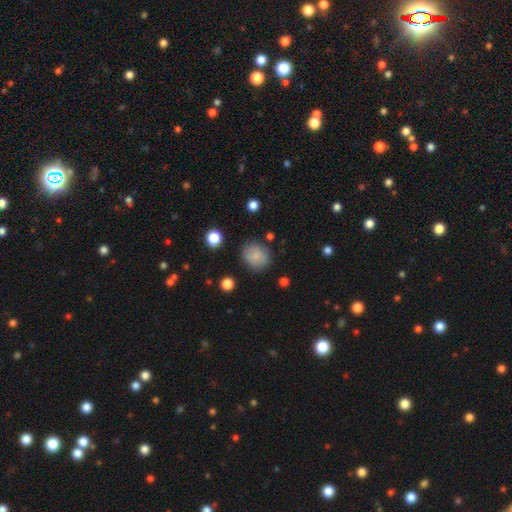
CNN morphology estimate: smooth_or_featured: smooth (p=0.79) [alt: featured or disk p=0.12]
how_rounded: round (p=0.72) [alt: in between p=0.27]
merging: none (p=0.79) [alt: minor disturbance p=0.14]